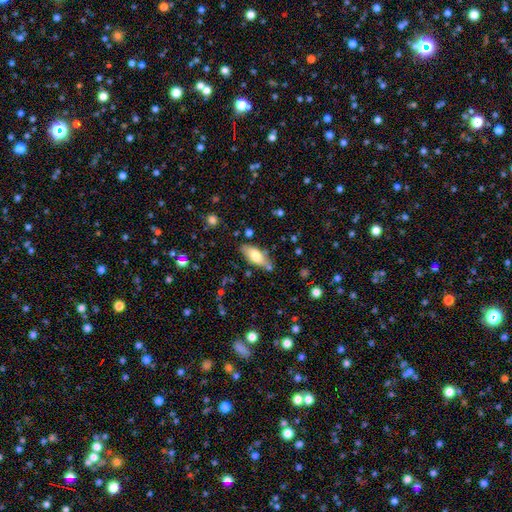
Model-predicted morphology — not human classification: A smooth galaxy with no disk features (71%) that is in between round and cigar-shaped (80%).

Vote fractions:
- Smooth or featured? smooth: 71% / featured or disk: 22% / star or artifact: 6%
- How rounded? in between: 80% / cigar-shaped: 18% / round: 2%
- Merging? none: 74% / minor disturbance: 17% / merger: 6% / major disturbance: 3%